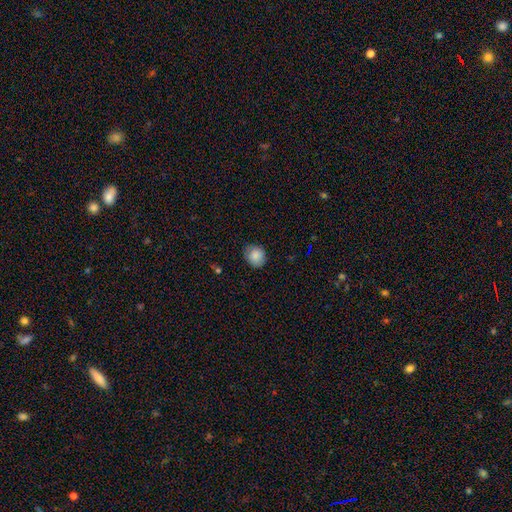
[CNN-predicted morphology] Overall: smooth (86%). How rounded: round (71%). Merging: none (75%).